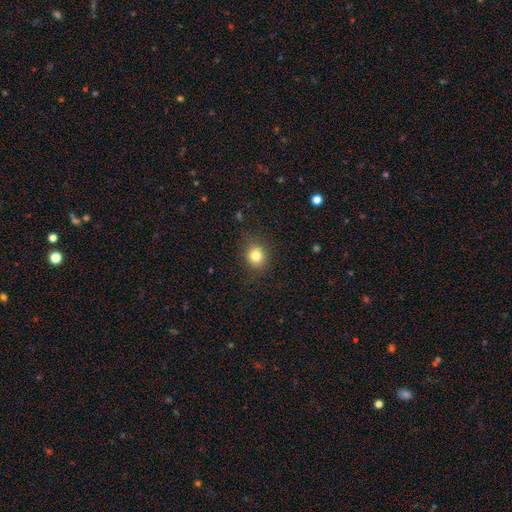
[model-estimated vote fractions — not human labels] Smooth or featured?
  - smooth: 81% *
  - star or artifact: 12%
  - featured or disk: 7%
How rounded?
  - round: 82% *
  - in between: 17%
  - cigar-shaped: 1%
Merging?
  - none: 86% *
  - minor disturbance: 9%
  - major disturbance: 3%
  - merger: 1%